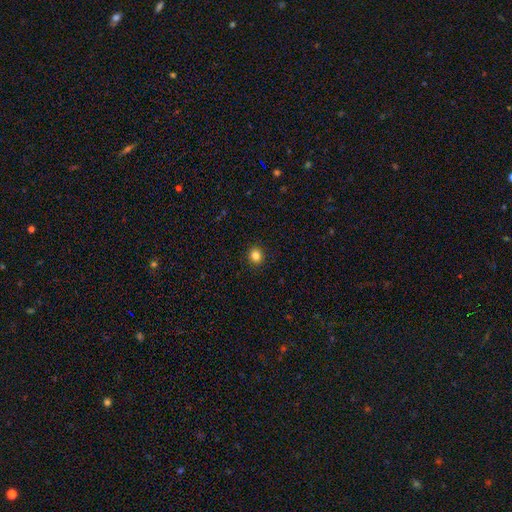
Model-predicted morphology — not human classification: type=smooth (83%); roundness=round (82%); merging=none (92%).